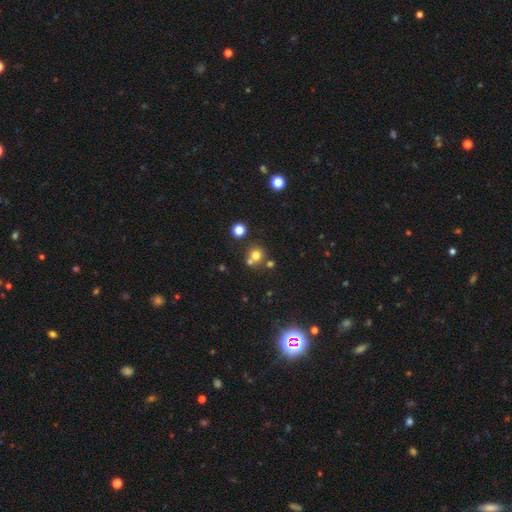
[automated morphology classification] Smooth or featured? smooth (72%)
How rounded? round (88%)
Merging? none (58%)